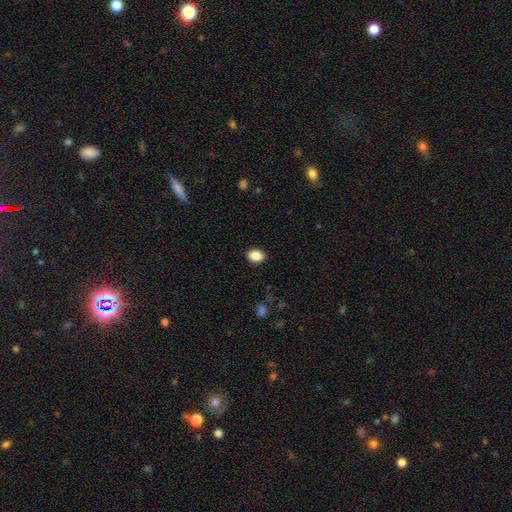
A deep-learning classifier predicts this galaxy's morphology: A smooth galaxy with no disk features (88%) that is in between round and cigar-shaped (67%). Merging: none (89%).